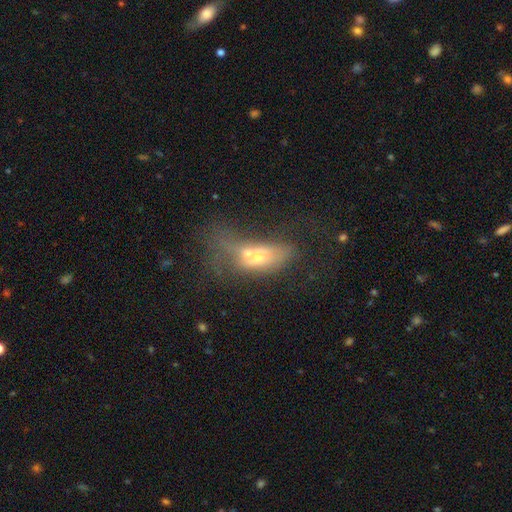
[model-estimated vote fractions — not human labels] The model was most divided on "smooth or featured": smooth: 46%, featured or disk: 41%, star or artifact: 13%. More confident: merging — merger (58%).